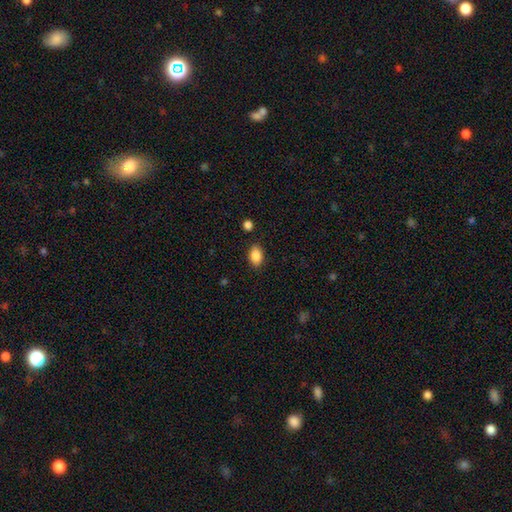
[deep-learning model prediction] This is clearly a smooth galaxy (88%). How rounded: clearly in between (86%). Merging: clearly none (85%).